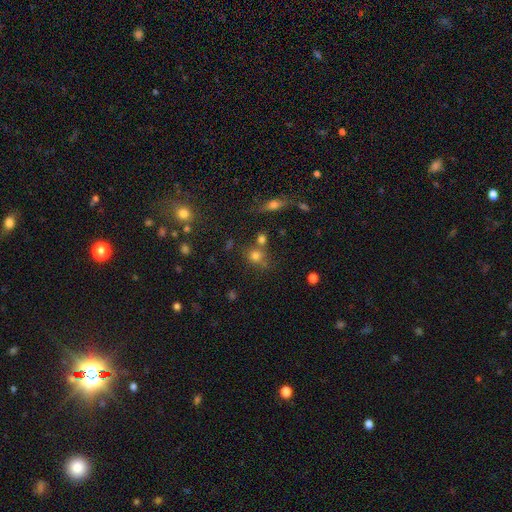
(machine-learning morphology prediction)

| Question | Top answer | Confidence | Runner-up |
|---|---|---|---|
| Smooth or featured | smooth | 73% | star or artifact (17%) |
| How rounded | round | 81% | in between (17%) |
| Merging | none | 61% | merger (23%) |